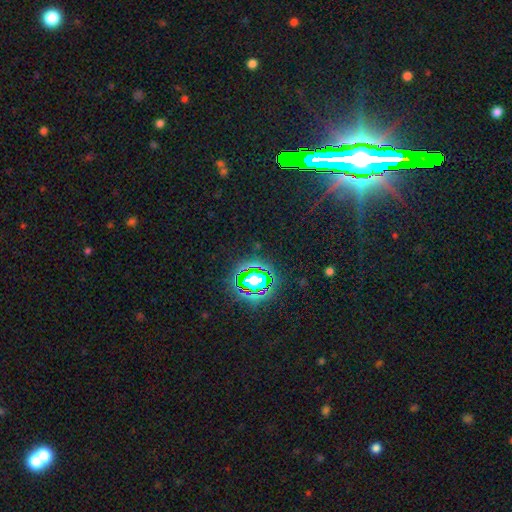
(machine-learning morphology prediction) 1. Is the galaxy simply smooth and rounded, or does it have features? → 80% star or artifact, 11% smooth, 9% featured or disk.